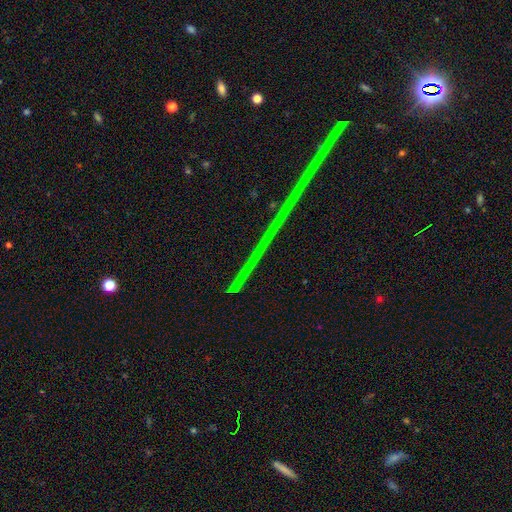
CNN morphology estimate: type=star or artifact (79%).